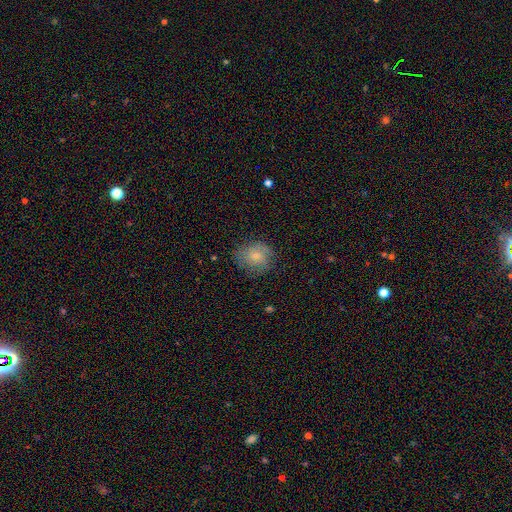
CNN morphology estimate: This appears to be a smooth galaxy with no disk features (68%) that is round (73%). Merging: none (70%).